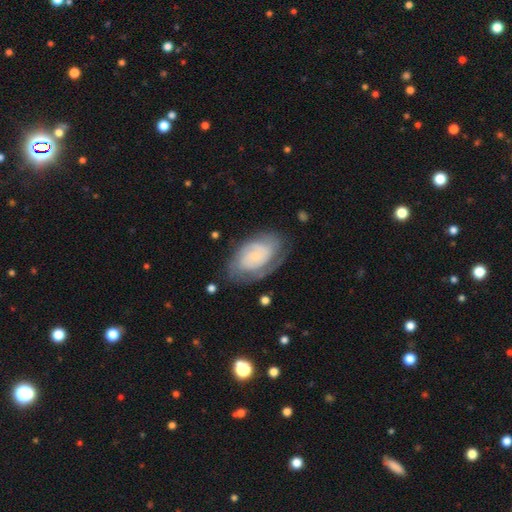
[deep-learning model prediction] The model was most divided on "spiral arm count": 2: 39%, can't tell: 34%, 3: 10%, 1: 9%, 4: 4%, more than 4: 3%. More confident: edge-on disk — no (97%); spiral arms — yes (90%); bar — no (71%); smooth or featured — featured or disk (70%); bulge size — small (65%); merging — none (65%); spiral winding — tight (62%).